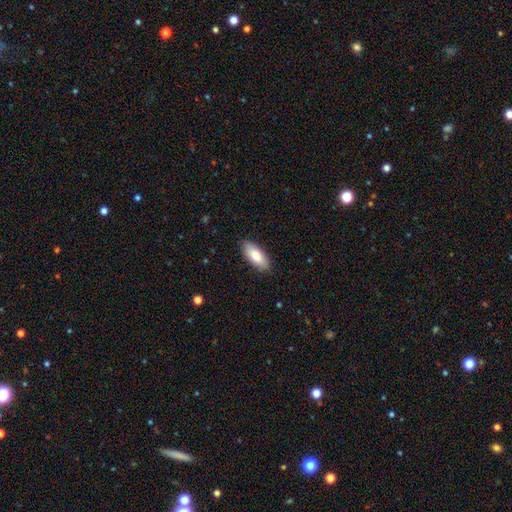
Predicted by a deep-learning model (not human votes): Smooth or featured?
  - smooth: 78% *
  - featured or disk: 15%
  - star or artifact: 6%
How rounded?
  - in between: 86% *
  - cigar-shaped: 12%
  - round: 2%
Merging?
  - none: 88% *
  - minor disturbance: 9%
  - major disturbance: 2%
  - merger: 1%